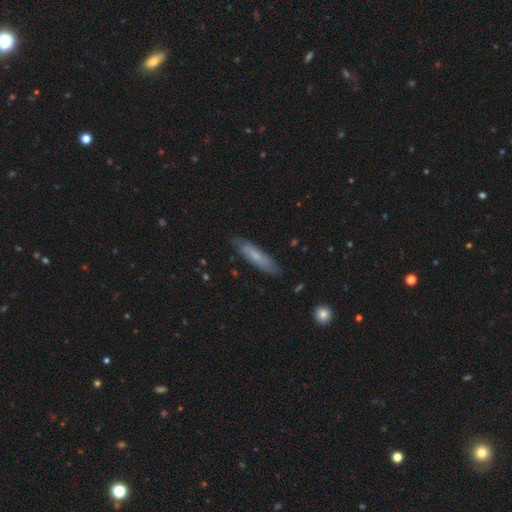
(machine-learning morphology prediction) A smooth galaxy with no disk features (58%) that is cigar-shaped (75%).

Vote fractions:
- Smooth or featured? smooth: 58% / featured or disk: 36% / star or artifact: 6%
- How rounded? cigar-shaped: 75% / in between: 23% / round: 2%
- Merging? none: 79% / minor disturbance: 16% / major disturbance: 3% / merger: 1%